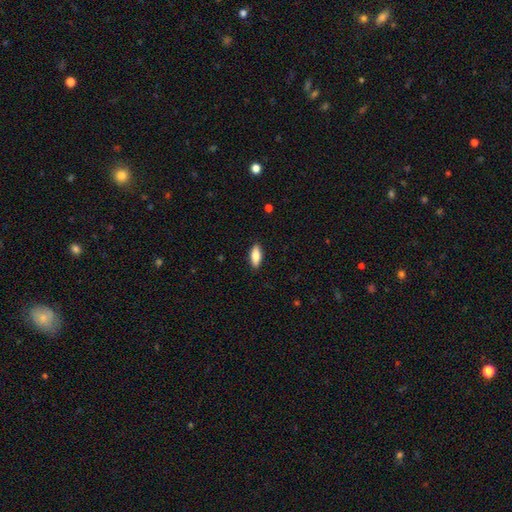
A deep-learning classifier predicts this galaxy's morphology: Smooth or featured? smooth (80%)
How rounded? in between (75%)
Merging? none (89%)